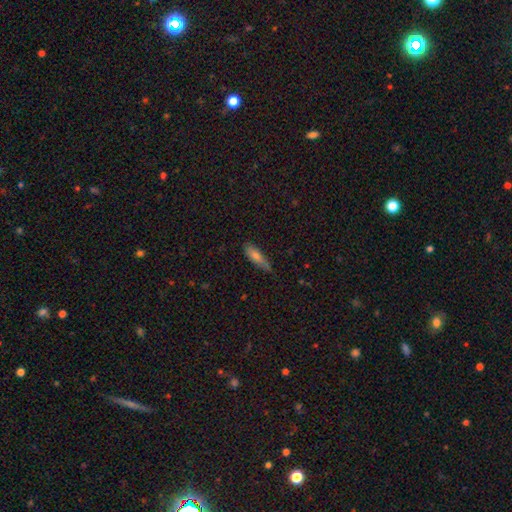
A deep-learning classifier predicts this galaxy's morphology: Smooth or featured? Predicted: smooth (p=0.69). How rounded? Predicted: cigar-shaped (p=0.60). Merging? Predicted: none (p=0.72).